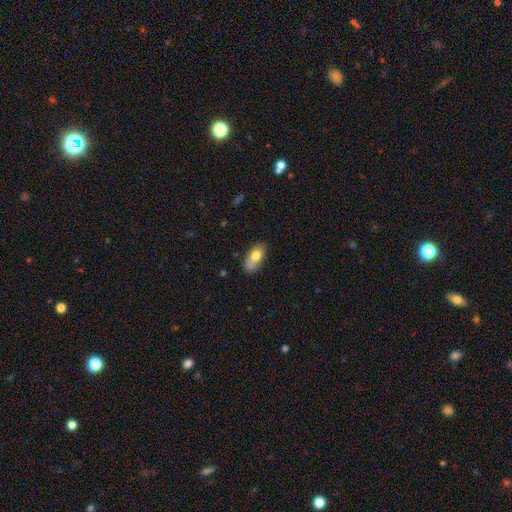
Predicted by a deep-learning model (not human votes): A smooth galaxy with no disk features (74%) that is in between round and cigar-shaped (87%). Merging: none (58%).